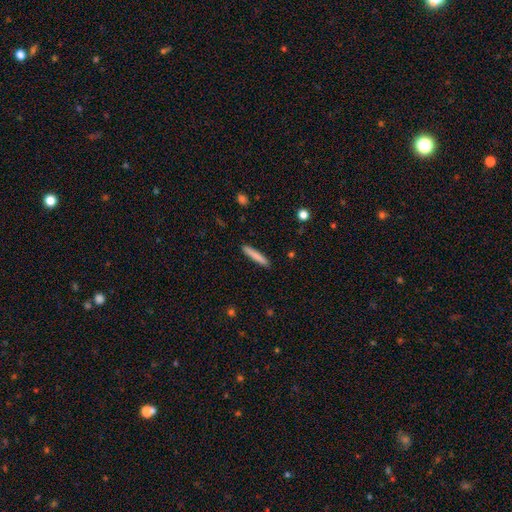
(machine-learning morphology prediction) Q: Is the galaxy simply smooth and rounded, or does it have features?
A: smooth — 82%.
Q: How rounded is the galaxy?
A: cigar-shaped — 94%.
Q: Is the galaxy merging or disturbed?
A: none — 91%.